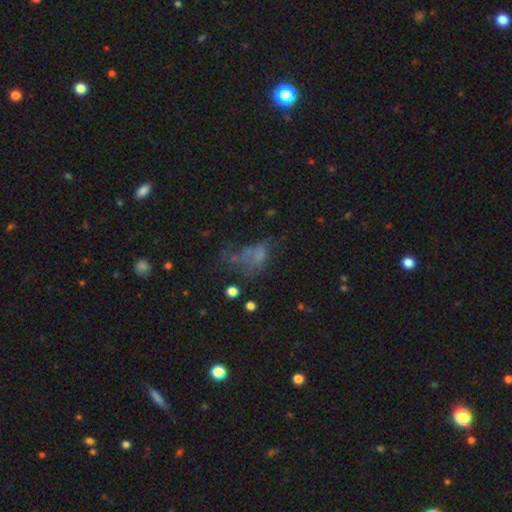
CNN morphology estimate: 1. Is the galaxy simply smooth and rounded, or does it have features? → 40% smooth, 37% featured or disk, 24% star or artifact.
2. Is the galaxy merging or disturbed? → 45% major disturbance, 27% none, 17% minor disturbance, 12% merger.